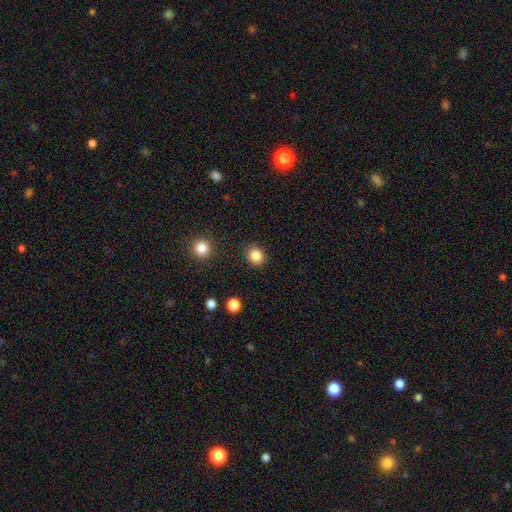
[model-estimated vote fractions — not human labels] Morphology: type=smooth (85%); roundness=round (71%); merging=none (88%).